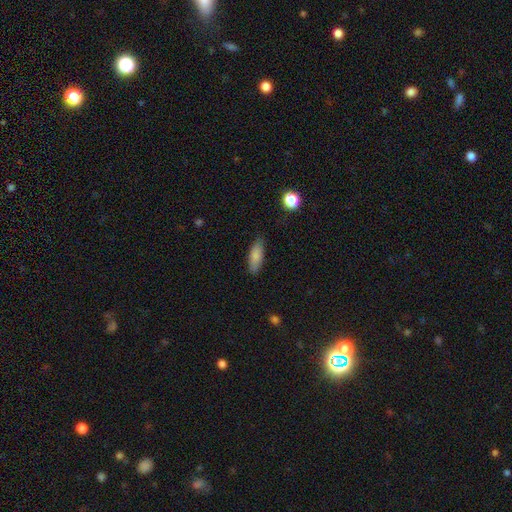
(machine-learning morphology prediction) The model was most divided on "how rounded": in between: 66%, cigar-shaped: 31%, round: 2%. More confident: smooth or featured — smooth (82%); merging — none (82%).